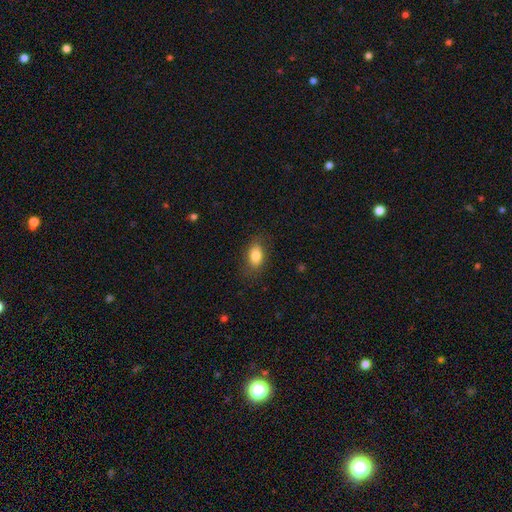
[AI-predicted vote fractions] Overall: smooth (82%). How rounded: in between (84%). Merging: none (80%).